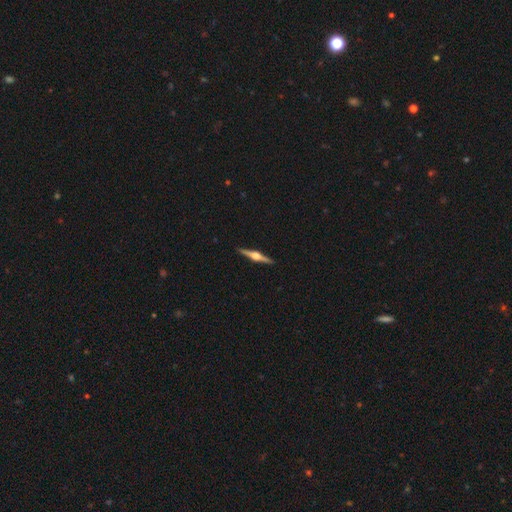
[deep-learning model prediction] Smooth or featured: featured or disk — 82% (smooth — 13%)
Edge-on disk: yes — 99% (no — 1%)
Edge-on bulge: rounded — 93% (boxy — 6%)
Merging: none — 92% (minor disturbance — 5%)